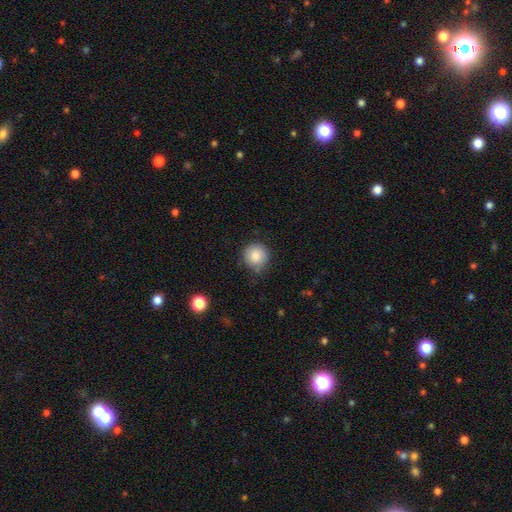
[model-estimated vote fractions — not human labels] A smooth galaxy with no disk features (85%) that is round (93%).

Vote fractions:
- Smooth or featured? smooth: 85% / star or artifact: 9% / featured or disk: 6%
- How rounded? round: 93% / in between: 6% / cigar-shaped: 1%
- Merging? none: 77% / minor disturbance: 17% / major disturbance: 3% / merger: 2%